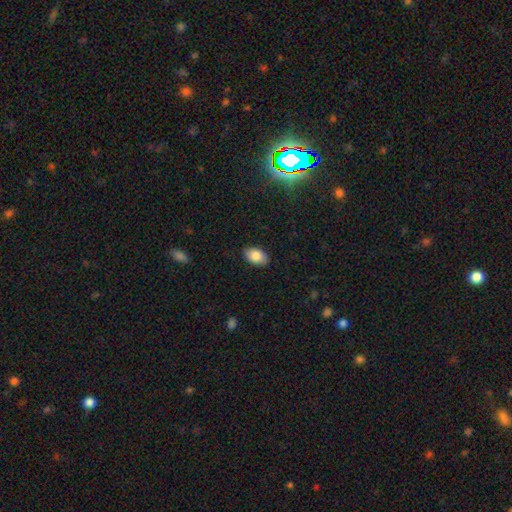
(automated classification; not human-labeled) smooth-or-featured: smooth: 85% | featured or disk: 7% | star or artifact: 7%
  how-rounded: in between: 91% | round: 8% | cigar-shaped: 1%
  merging: none: 87% | minor disturbance: 10% | major disturbance: 2% | merger: 1%